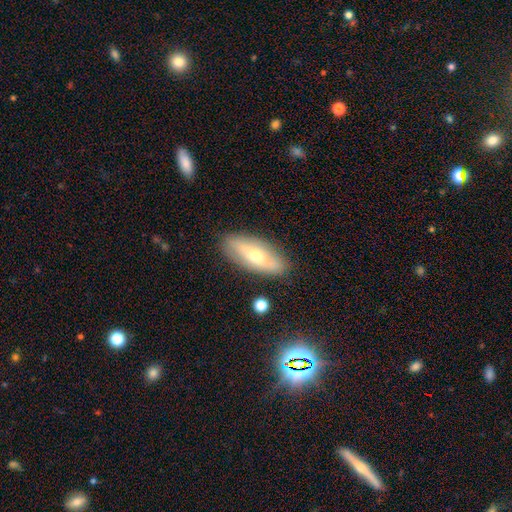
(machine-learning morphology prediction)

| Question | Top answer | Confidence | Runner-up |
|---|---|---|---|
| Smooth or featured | smooth | 50% | featured or disk (42%) |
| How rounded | in between | 76% | cigar-shaped (21%) |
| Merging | none | 85% | minor disturbance (11%) |